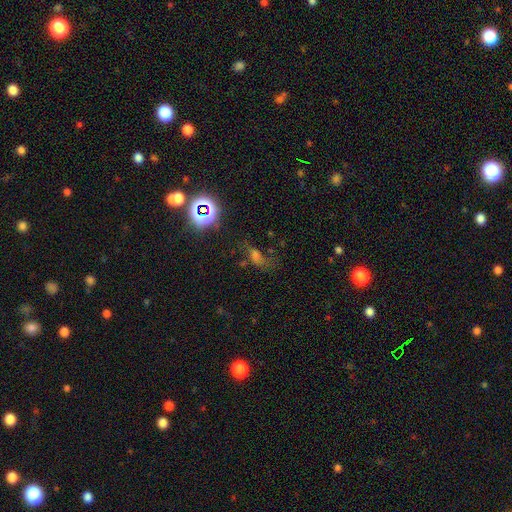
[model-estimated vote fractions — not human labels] This is marginally a smooth galaxy (41%). Merging: possibly none (45%).